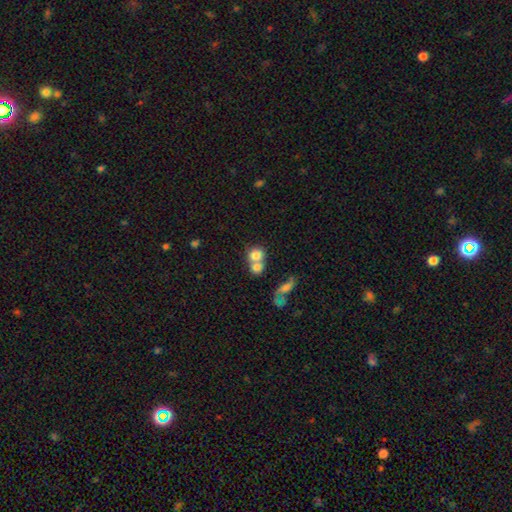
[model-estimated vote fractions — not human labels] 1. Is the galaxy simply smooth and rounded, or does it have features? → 77% smooth, 14% featured or disk, 9% star or artifact.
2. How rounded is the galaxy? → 74% round, 24% in between, 1% cigar-shaped.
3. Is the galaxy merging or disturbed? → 58% merger, 31% none, 7% minor disturbance, 4% major disturbance.